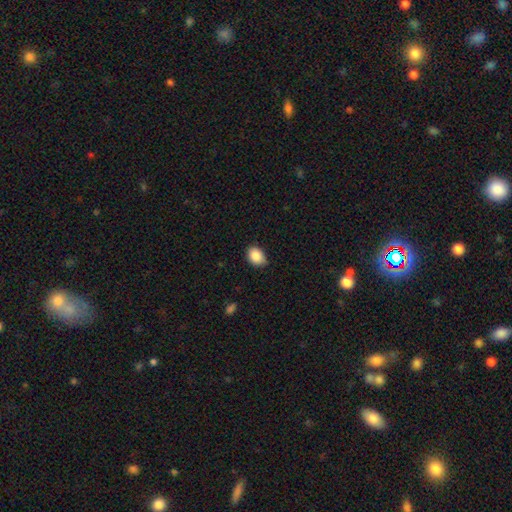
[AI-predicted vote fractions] Smooth or featured?
  - smooth: 87% *
  - star or artifact: 8%
  - featured or disk: 5%
How rounded?
  - in between: 74% *
  - round: 25%
  - cigar-shaped: 1%
Merging?
  - none: 73% *
  - minor disturbance: 23%
  - major disturbance: 3%
  - merger: 1%